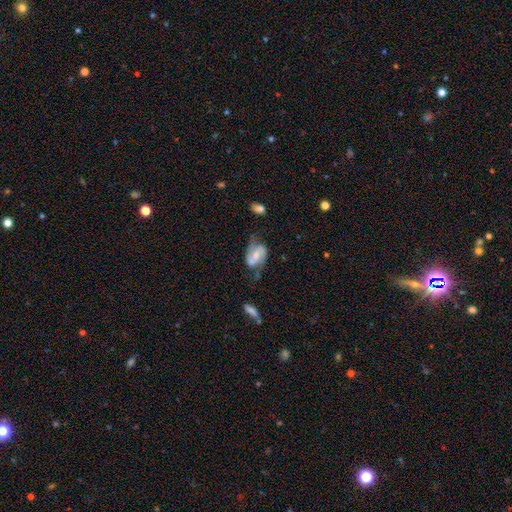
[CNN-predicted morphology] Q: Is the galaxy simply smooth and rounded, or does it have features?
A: featured or disk — 71%.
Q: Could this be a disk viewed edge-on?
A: no — 96%.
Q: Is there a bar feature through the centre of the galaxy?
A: weak — 43%.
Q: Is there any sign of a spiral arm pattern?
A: yes — 89%.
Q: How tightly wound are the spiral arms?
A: medium — 44%.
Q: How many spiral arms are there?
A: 2 — 86%.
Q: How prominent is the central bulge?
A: moderate — 44%.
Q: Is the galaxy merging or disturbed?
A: none — 50%.